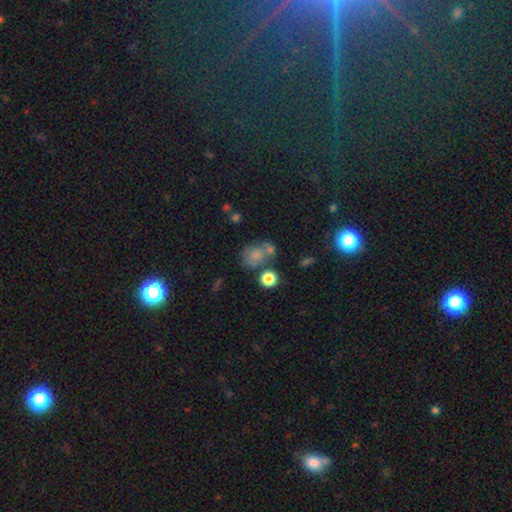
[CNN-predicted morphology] Smooth or featured? smooth (68%)
How rounded? in between (49%, tied with round)
Merging? none (39%)